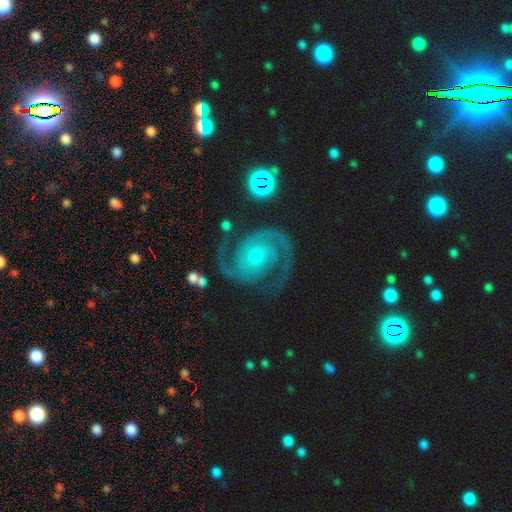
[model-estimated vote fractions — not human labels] Q: Smooth or featured?
A: featured or disk (92%); runner-up: star or artifact (5%)
Q: Edge-on disk?
A: no (98%); runner-up: yes (2%)
Q: Bar?
A: no (71%); runner-up: weak (21%)
Q: Spiral arms?
A: yes (99%); runner-up: no (1%)
Q: Spiral winding?
A: medium (48%); runner-up: tight (45%)
Q: Spiral arm count?
A: 2 (94%); runner-up: 3 (2%)
Q: Bulge size?
A: small (65%); runner-up: moderate (29%)
Q: Merging?
A: none (80%); runner-up: minor disturbance (12%)